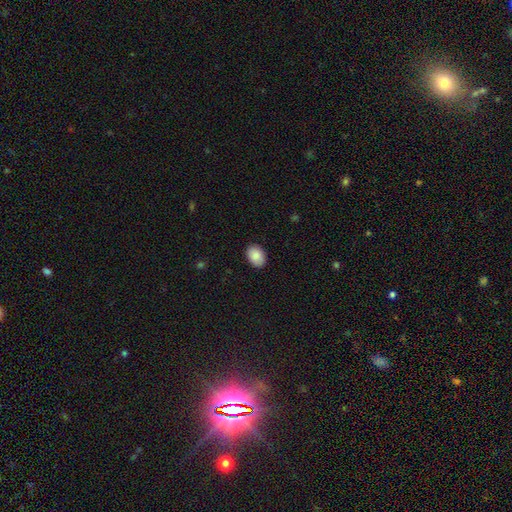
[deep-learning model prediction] Q: Smooth or featured?
A: smooth (87%); runner-up: star or artifact (7%)
Q: How rounded?
A: in between (78%); runner-up: round (21%)
Q: Merging?
A: none (90%); runner-up: minor disturbance (8%)